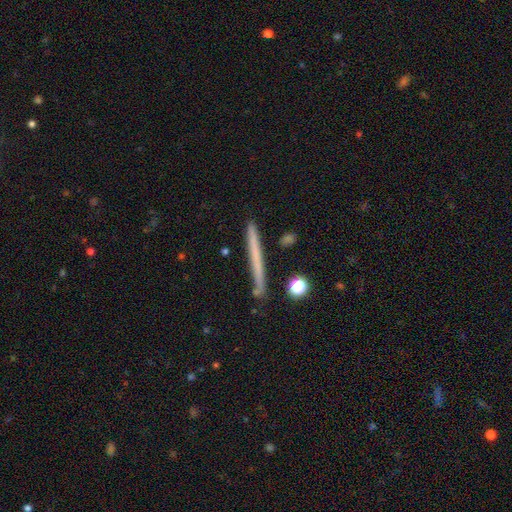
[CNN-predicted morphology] Smooth or featured: smooth — 54% (featured or disk — 39%)
How rounded: cigar-shaped — 96% (in between — 2%)
Merging: none — 89% (minor disturbance — 8%)